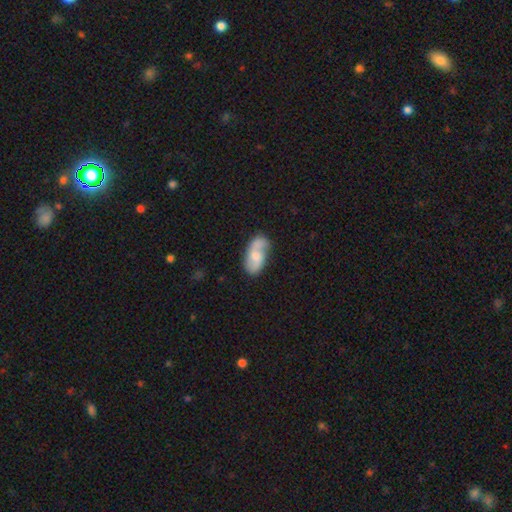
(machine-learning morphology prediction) This appears to be a featured or disk galaxy (56%) with no bar (55%), spiral arms (87%) and a moderate central bulge (42%). Merging: none (59%).